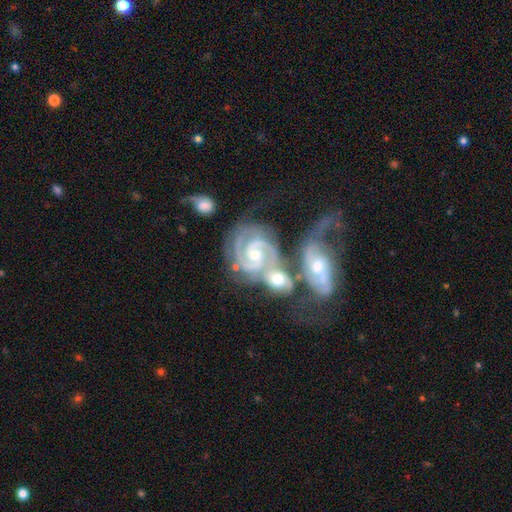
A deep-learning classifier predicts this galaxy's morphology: Overall: featured or disk (93%). Edge-on disk: no (98%). Bar: no (55%; weak 32%). Spiral arms: yes (99%). Spiral arm count: 2 (75%). Spiral winding: tight (65%; medium 31%). Bulge size: moderate (49%; small 47%). Merging: merger (56%; none 24%).